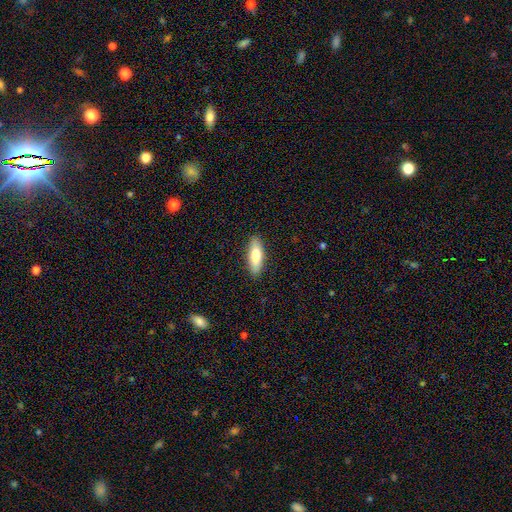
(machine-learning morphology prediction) A smooth galaxy with no disk features (77%) that is in between round and cigar-shaped (58%). Merging: none (89%).